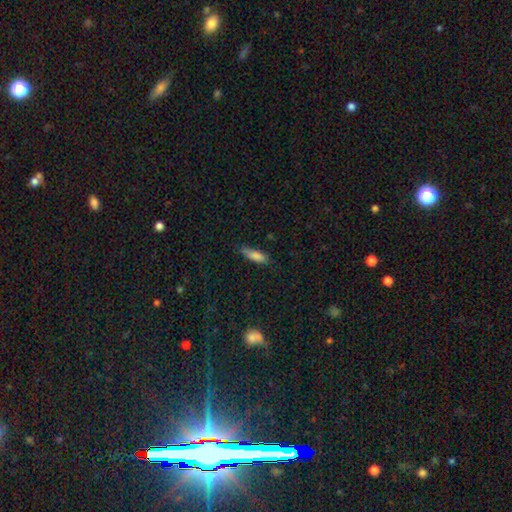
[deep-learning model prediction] Smooth or featured? Predicted: smooth (p=0.83). How rounded? Predicted: cigar-shaped (p=0.51). Merging? Predicted: none (p=0.71).